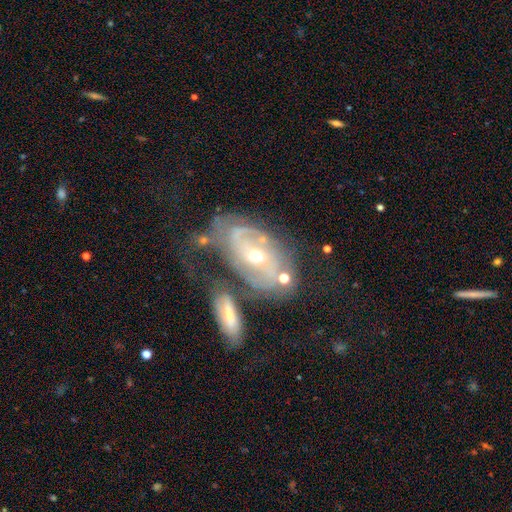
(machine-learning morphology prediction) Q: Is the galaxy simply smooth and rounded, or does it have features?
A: featured or disk — 82%.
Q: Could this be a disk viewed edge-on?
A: no — 94%.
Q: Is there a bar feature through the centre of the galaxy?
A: no — 59%.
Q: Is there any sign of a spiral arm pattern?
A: yes — 86%.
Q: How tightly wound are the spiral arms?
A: tight — 59%.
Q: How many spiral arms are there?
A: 2 — 46%.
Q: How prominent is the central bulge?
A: moderate — 66%.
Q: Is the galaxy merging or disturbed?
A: none — 40%.